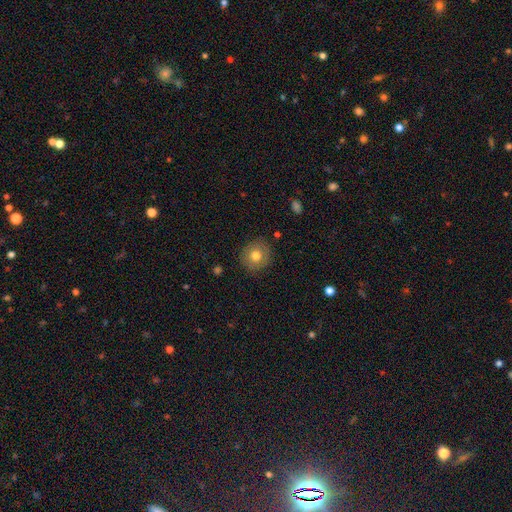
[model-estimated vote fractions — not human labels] Q: Smooth or featured?
A: smooth (75%); runner-up: featured or disk (15%)
Q: How rounded?
A: round (90%); runner-up: in between (9%)
Q: Merging?
A: none (87%); runner-up: minor disturbance (9%)